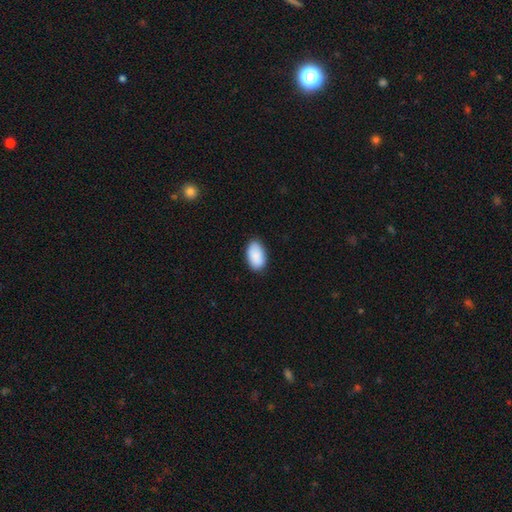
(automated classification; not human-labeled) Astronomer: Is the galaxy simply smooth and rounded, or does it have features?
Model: smooth — 90%.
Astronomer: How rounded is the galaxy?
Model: in between — 95%.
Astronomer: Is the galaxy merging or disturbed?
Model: none — 86%.